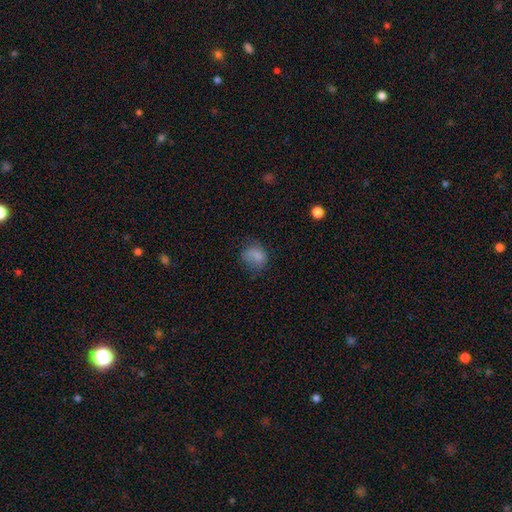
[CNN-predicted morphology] type=smooth (76%); roundness=in between (51%); merging=none (53%).